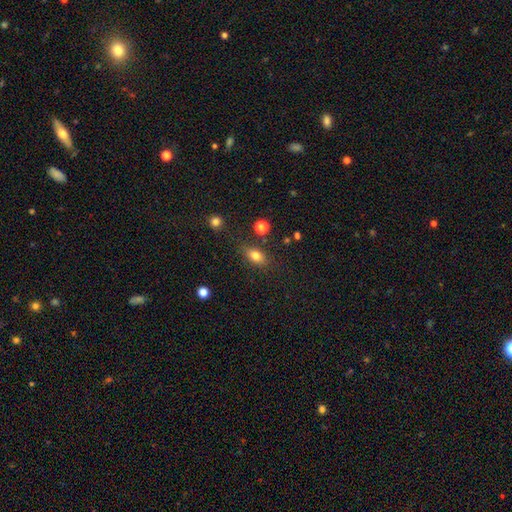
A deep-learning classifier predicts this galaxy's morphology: This is likely a smooth galaxy (78%). How rounded: likely in between (77%). Merging: likely none (78%).